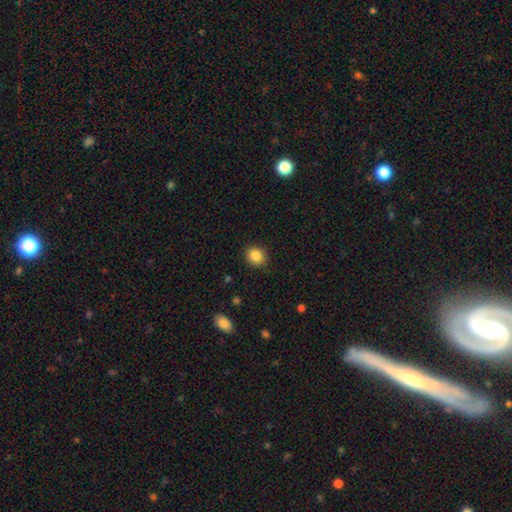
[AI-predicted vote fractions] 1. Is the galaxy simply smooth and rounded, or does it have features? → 86% smooth, 10% star or artifact, 5% featured or disk.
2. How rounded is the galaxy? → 74% round, 25% in between, 1% cigar-shaped.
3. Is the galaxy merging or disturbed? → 88% none, 9% minor disturbance, 2% major disturbance, 1% merger.